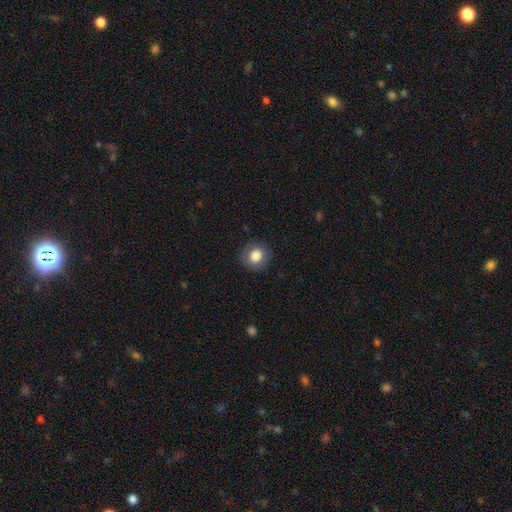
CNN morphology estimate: The model was most divided on "smooth or featured": smooth: 83%, star or artifact: 9%, featured or disk: 8%. More confident: merging — none (87%); how rounded — round (87%).